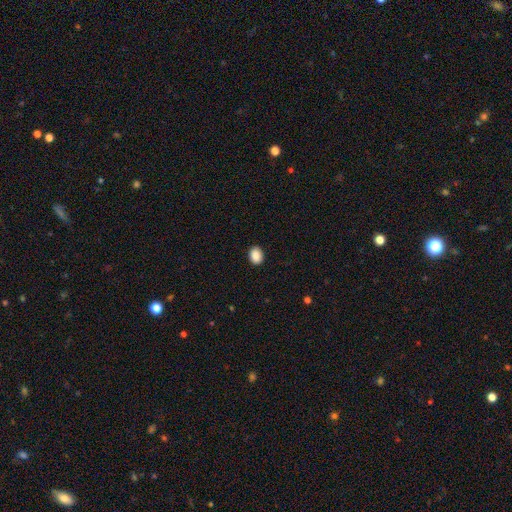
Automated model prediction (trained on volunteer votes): Smooth or featured? smooth (90%)
How rounded? in between (64%)
Merging? none (91%)